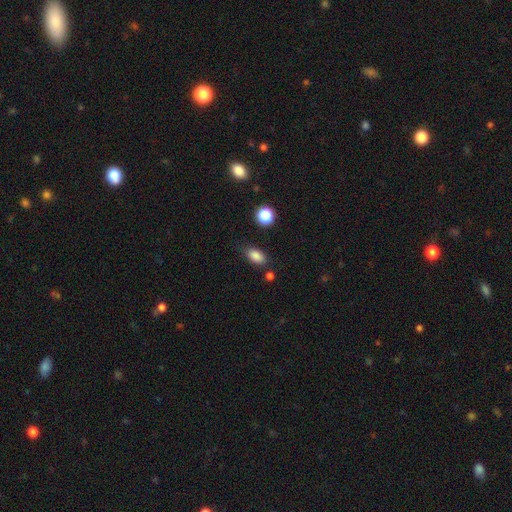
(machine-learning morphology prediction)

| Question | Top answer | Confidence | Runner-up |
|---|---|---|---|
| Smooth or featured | smooth | 85% | star or artifact (10%) |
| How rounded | in between | 86% | round (9%) |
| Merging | none | 76% | minor disturbance (16%) |